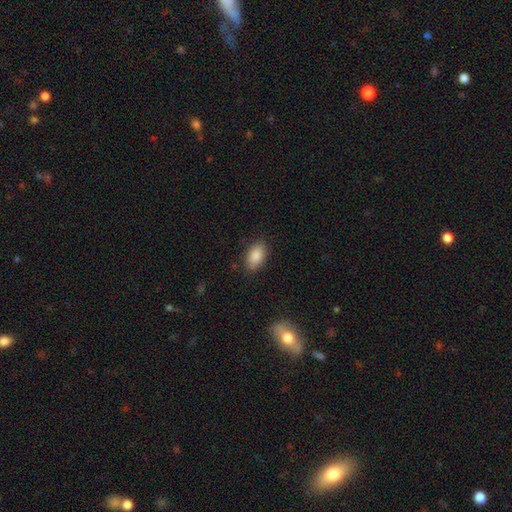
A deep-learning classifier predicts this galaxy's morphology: smooth_or_featured: smooth (p=0.88) [alt: star or artifact p=0.07]
how_rounded: in between (p=0.91) [alt: round p=0.07]
merging: none (p=0.84) [alt: minor disturbance p=0.12]